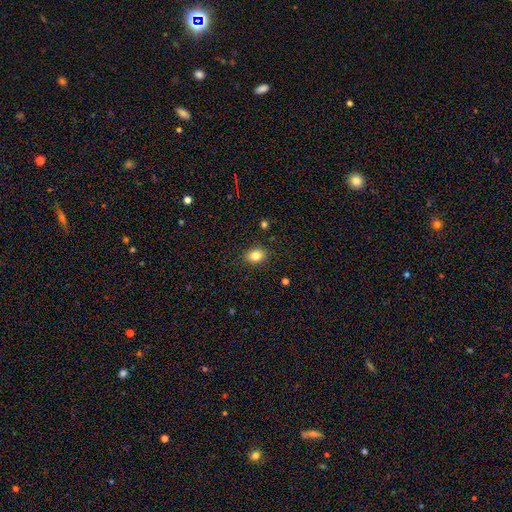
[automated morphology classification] Overall: smooth (83%). How rounded: in between (64%; round 35%). Merging: none (88%).